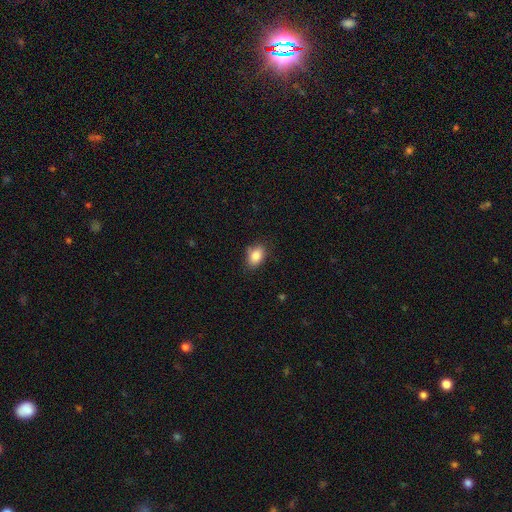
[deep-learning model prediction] A smooth galaxy with no disk features (86%) that is in between round and cigar-shaped (81%).

Vote fractions:
- Smooth or featured? smooth: 86% / star or artifact: 8% / featured or disk: 6%
- How rounded? in between: 81% / round: 17% / cigar-shaped: 1%
- Merging? none: 74% / minor disturbance: 20% / major disturbance: 4% / merger: 2%